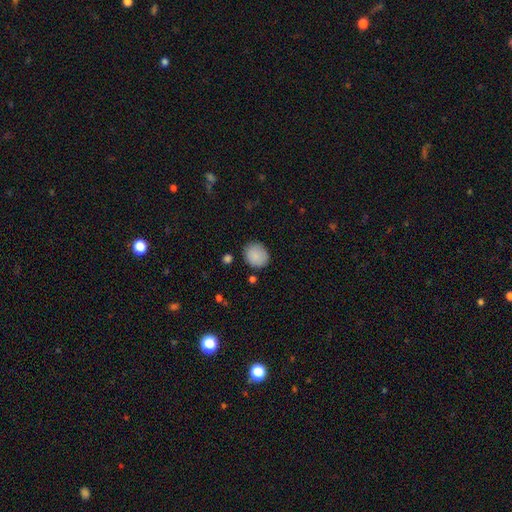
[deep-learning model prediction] smooth 88%, star or artifact 7%, featured or disk 5%. Down the decision tree: how rounded — round (67%); merging — none (82%).